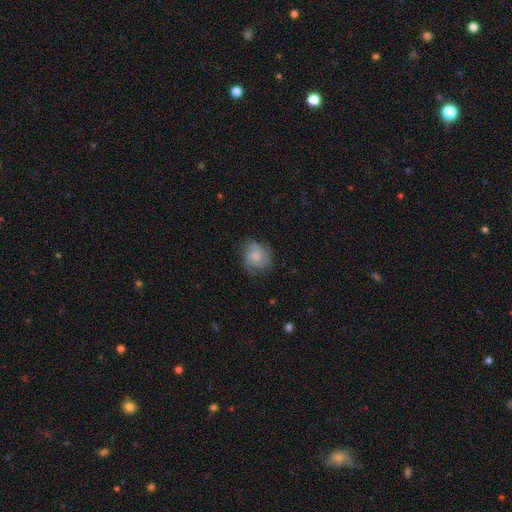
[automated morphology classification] A smooth galaxy with no disk features (63%) that is round (66%).

Vote fractions:
- Smooth or featured? smooth: 63% / featured or disk: 29% / star or artifact: 8%
- How rounded? round: 66% / in between: 33% / cigar-shaped: 1%
- Merging? none: 59% / minor disturbance: 28% / major disturbance: 11% / merger: 2%